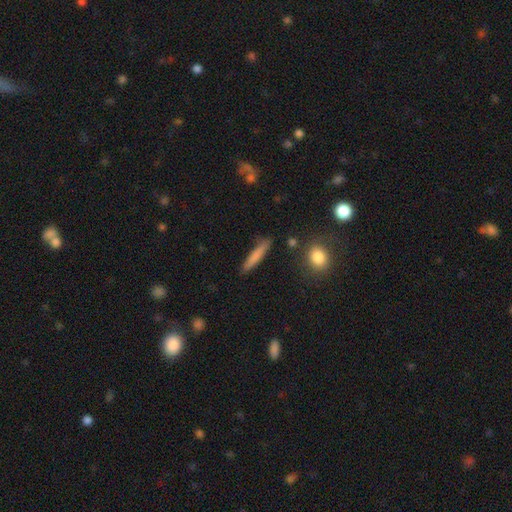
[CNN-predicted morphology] type=smooth (75%); roundness=cigar-shaped (92%); merging=none (86%).